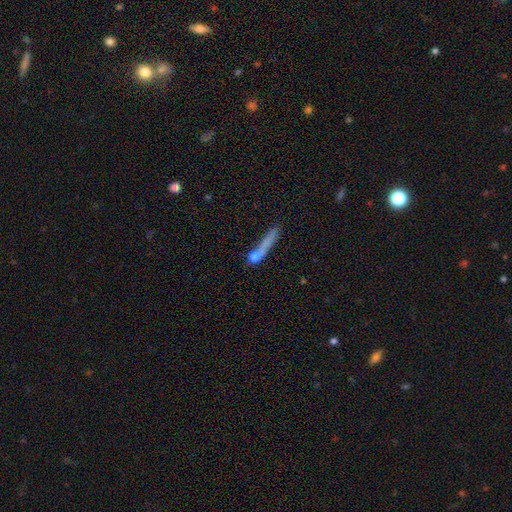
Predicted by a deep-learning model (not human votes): Smooth or featured? Predicted: smooth (p=0.62). How rounded? Predicted: cigar-shaped (p=0.72). Merging? Predicted: none (p=0.33).